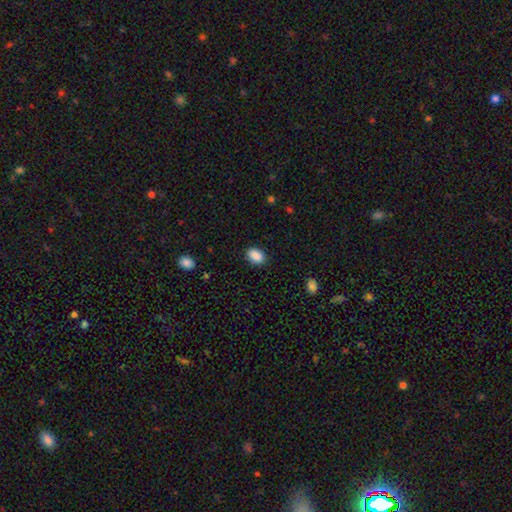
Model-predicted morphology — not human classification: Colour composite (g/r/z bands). It shows a smooth galaxy with no disk features (89%) that is in between round and cigar-shaped (81%). Merging: none (87%).